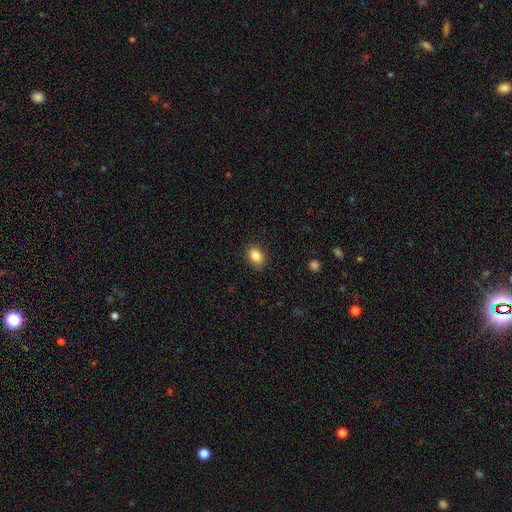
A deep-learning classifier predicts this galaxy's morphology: The model was most divided on "how rounded": in between: 73%, round: 26%, cigar-shaped: 1%. More confident: smooth or featured — smooth (85%); merging — none (84%).